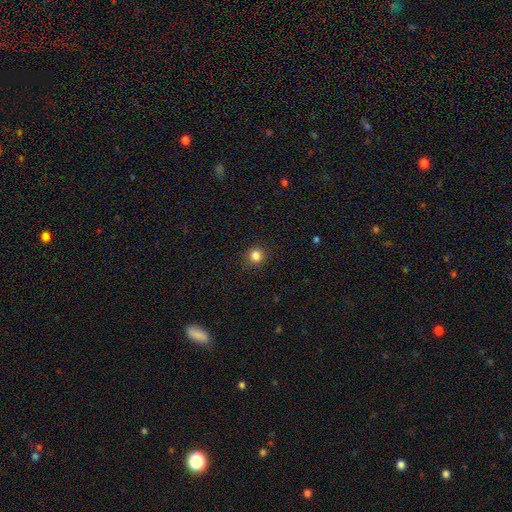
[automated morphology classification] A smooth galaxy with no disk features (84%) that is round (90%). Merging: none (91%).